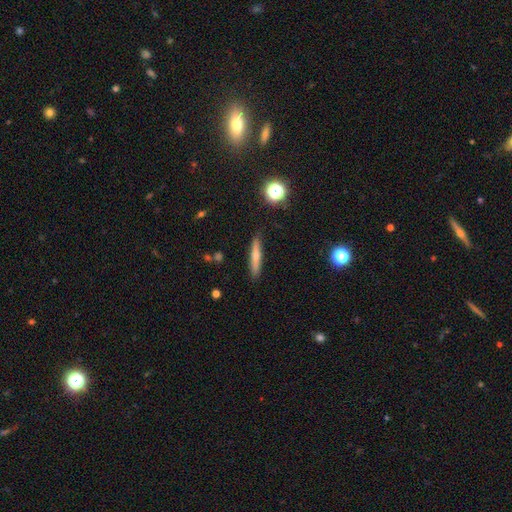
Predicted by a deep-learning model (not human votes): This is possibly a smooth galaxy (54%). How rounded: clearly cigar-shaped (89%). Merging: clearly none (88%).